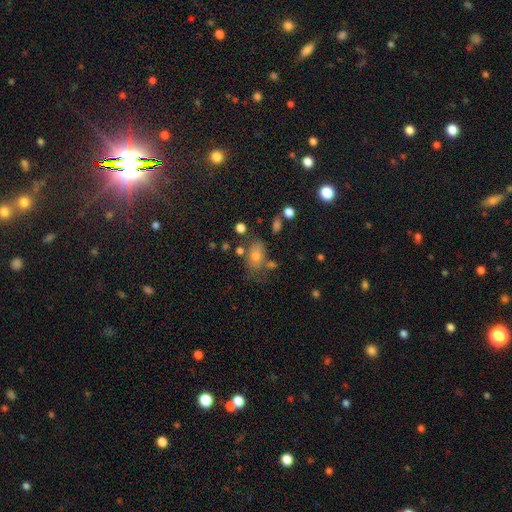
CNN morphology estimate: A smooth galaxy with no disk features (64%) that is in between round and cigar-shaped (79%).

Vote fractions:
- Smooth or featured? smooth: 64% / featured or disk: 19% / star or artifact: 17%
- How rounded? in between: 79% / round: 17% / cigar-shaped: 4%
- Merging? none: 58% / minor disturbance: 21% / merger: 11% / major disturbance: 10%